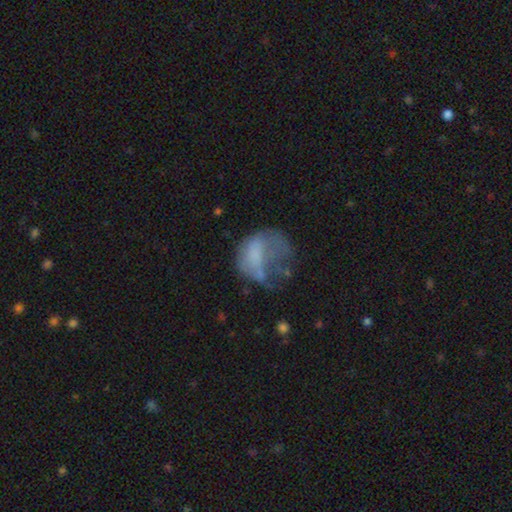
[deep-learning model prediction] Morphology: type=smooth (51%); roundness=in between (56%); merging=major disturbance (51%).